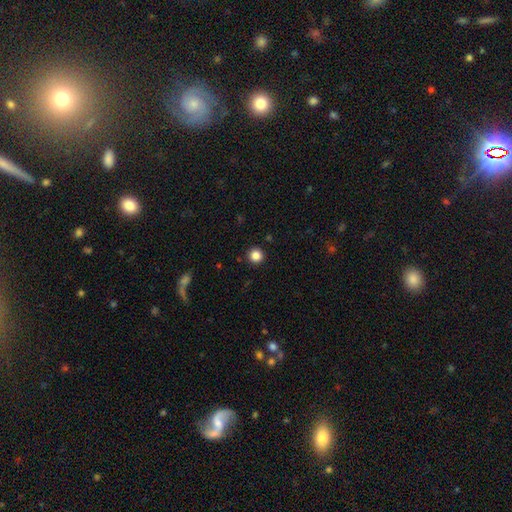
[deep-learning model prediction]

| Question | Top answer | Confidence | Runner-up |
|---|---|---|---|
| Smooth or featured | smooth | 85% | star or artifact (11%) |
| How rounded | round | 95% | in between (4%) |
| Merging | none | 93% | minor disturbance (4%) |